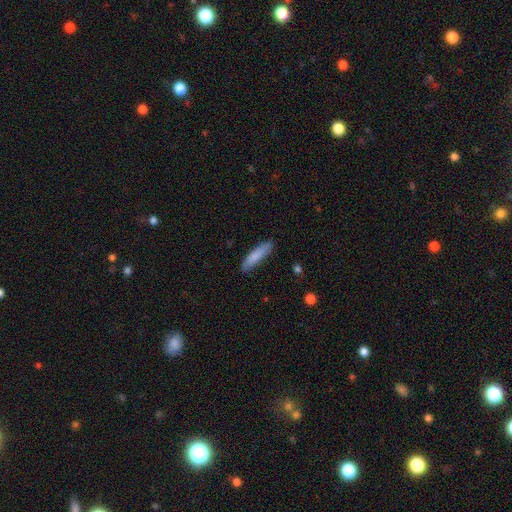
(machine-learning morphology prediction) smooth-or-featured: smooth: 82% | featured or disk: 13% | star or artifact: 5%
  how-rounded: cigar-shaped: 81% | in between: 18% | round: 1%
  merging: none: 85% | minor disturbance: 12% | major disturbance: 2% | merger: 1%